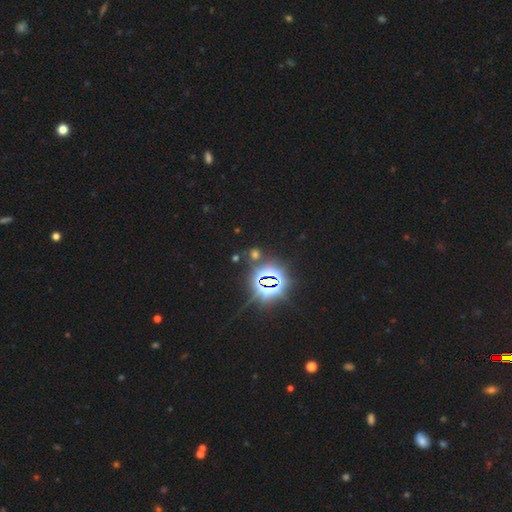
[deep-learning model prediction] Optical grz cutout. It shows a star or artifact, not a galaxy (81%).